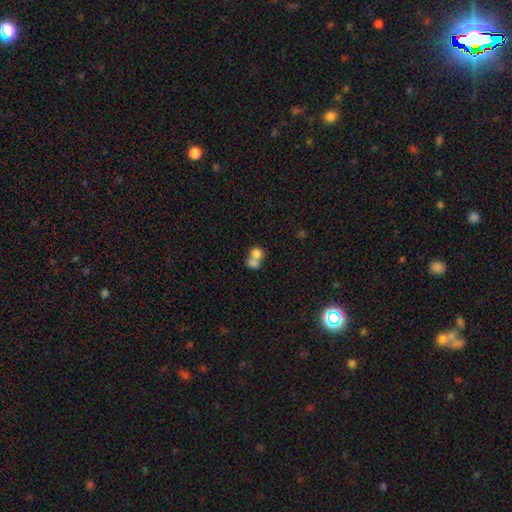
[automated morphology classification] The model was most divided on "how rounded": round: 69%, in between: 30%, cigar-shaped: 1%. More confident: smooth or featured — smooth (76%); merging — merger (70%).